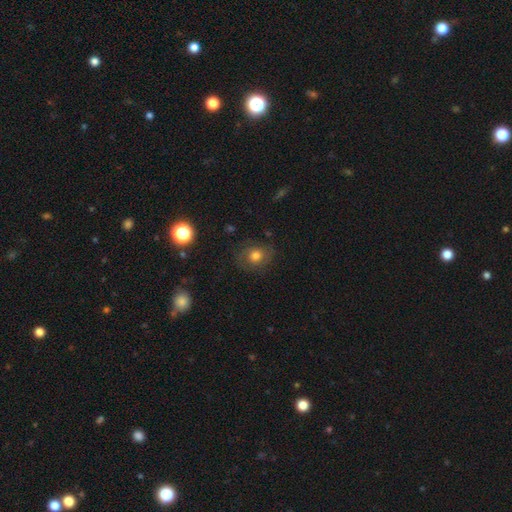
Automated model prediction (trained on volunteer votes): Q: Smooth or featured?
A: smooth (56%); runner-up: featured or disk (30%)
Q: How rounded?
A: round (71%); runner-up: in between (28%)
Q: Merging?
A: none (74%); runner-up: minor disturbance (16%)